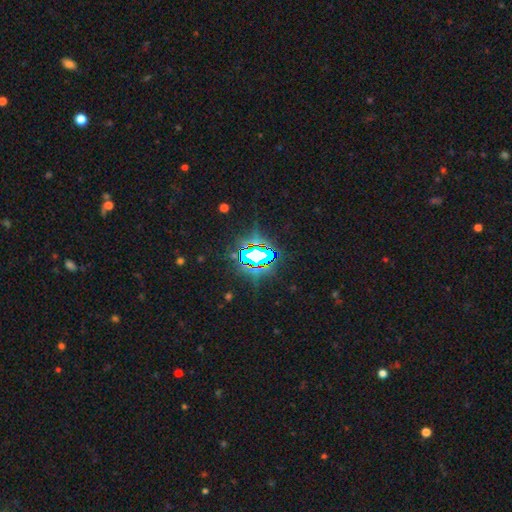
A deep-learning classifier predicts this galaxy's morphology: This appears to be a star or artifact, not a galaxy (75%).